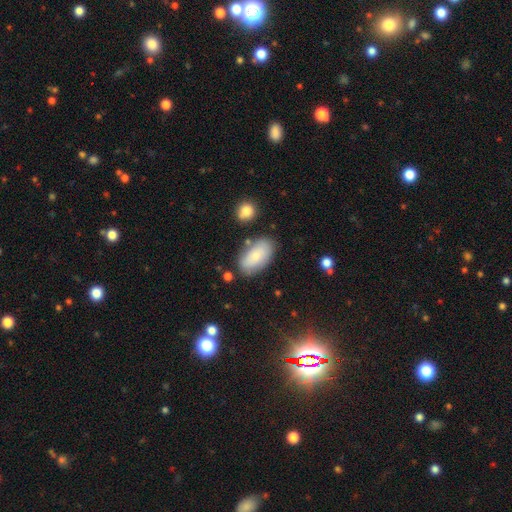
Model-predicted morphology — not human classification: A smooth galaxy with no disk features (72%) that is in between round and cigar-shaped (94%). Merging: none (75%).